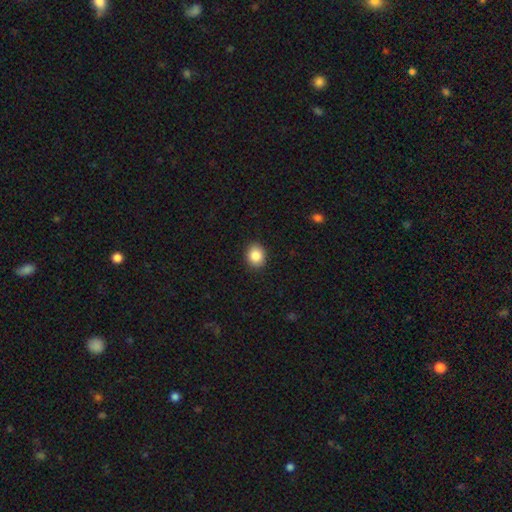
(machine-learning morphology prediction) A smooth galaxy with no disk features (86%) that is round (64%). Merging: none (90%).